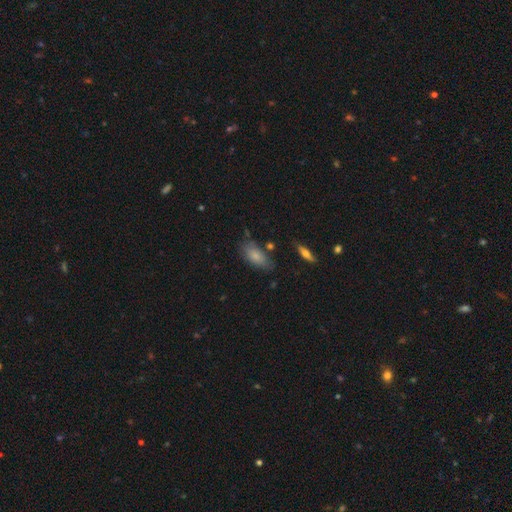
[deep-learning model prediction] This is clearly a smooth galaxy (80%). How rounded: clearly in between (88%). Merging: likely none (66%).